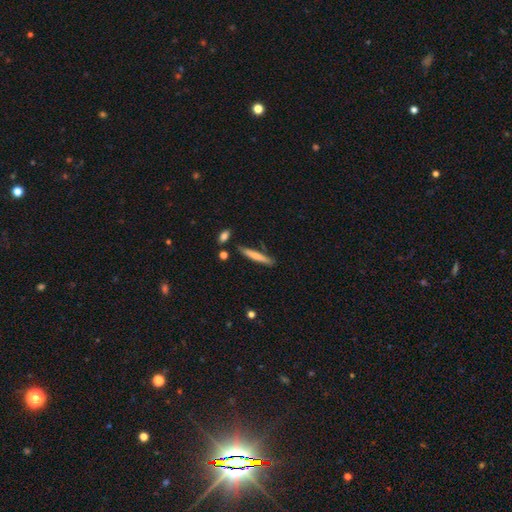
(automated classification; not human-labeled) Overall: smooth (64%; featured or disk 30%). How rounded: cigar-shaped (93%). Merging: none (82%).